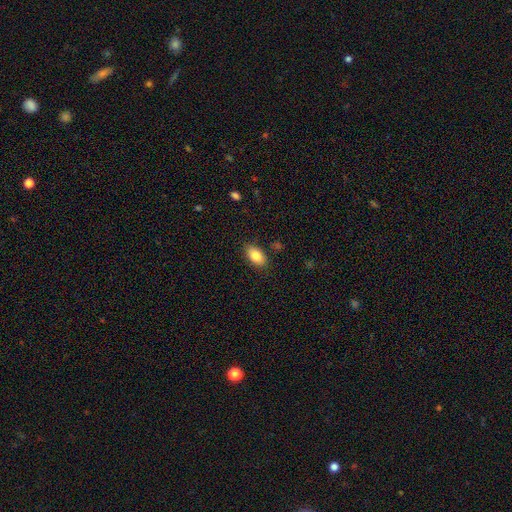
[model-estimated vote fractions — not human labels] A smooth galaxy with no disk features (83%) that is in between round and cigar-shaped (92%).

Vote fractions:
- Smooth or featured? smooth: 83% / featured or disk: 10% / star or artifact: 7%
- How rounded? in between: 92% / round: 6% / cigar-shaped: 3%
- Merging? none: 86% / minor disturbance: 10% / major disturbance: 2% / merger: 1%